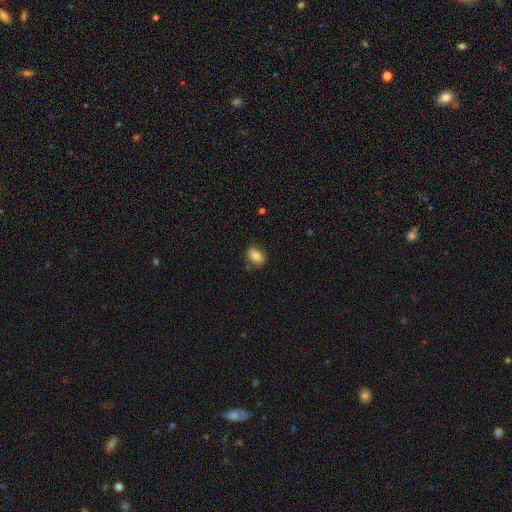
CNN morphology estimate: The model was most divided on "merging": none: 78%, minor disturbance: 16%, major disturbance: 3%, merger: 3%. More confident: how rounded — in between (86%); smooth or featured — smooth (84%).